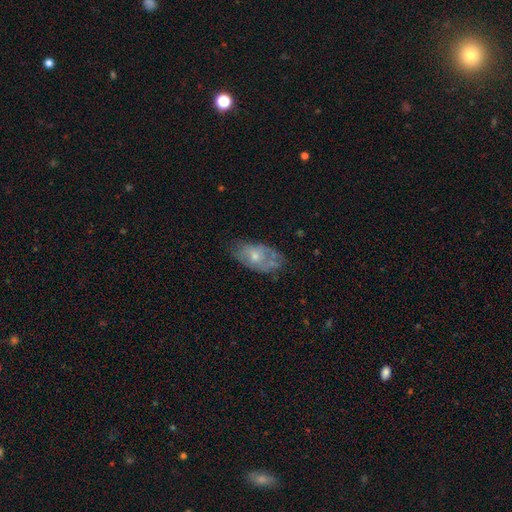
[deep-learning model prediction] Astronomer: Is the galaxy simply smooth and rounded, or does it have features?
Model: smooth — 48% (runner-up: featured or disk, 45%).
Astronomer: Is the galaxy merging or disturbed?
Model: none — 53% (runner-up: minor disturbance, 31%).